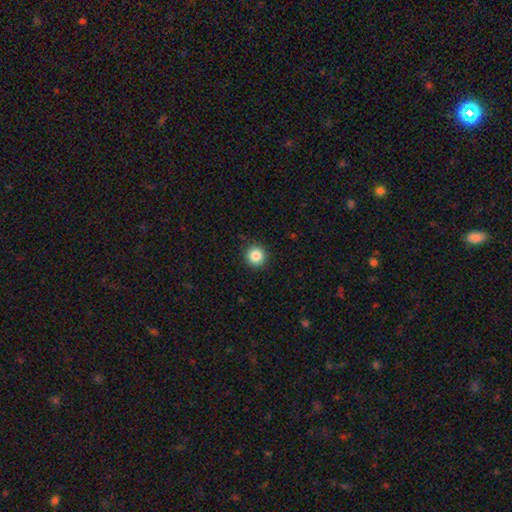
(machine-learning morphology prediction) Overall: smooth (85%). How rounded: round (95%). Merging: none (92%).